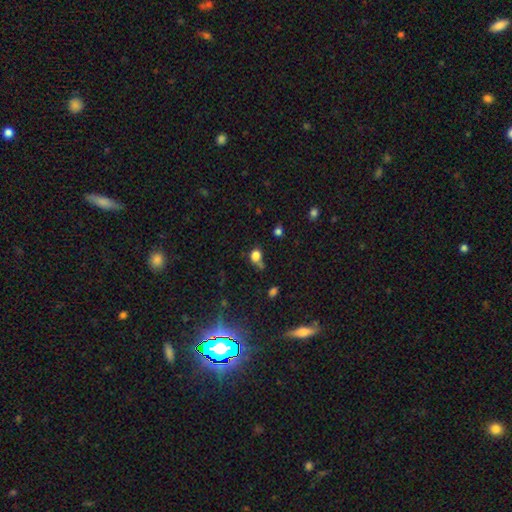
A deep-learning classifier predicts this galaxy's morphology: This appears to be a smooth galaxy with no disk features (78%) that is round (59%). Merging: none (47%).